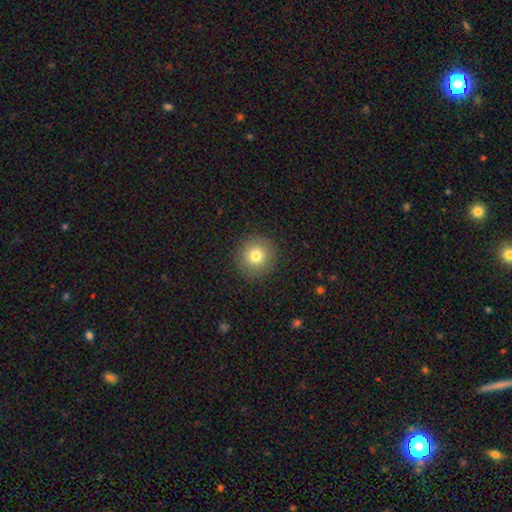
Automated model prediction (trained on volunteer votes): smooth 78%, star or artifact 11%, featured or disk 10%. Down the decision tree: how rounded — round (95%); merging — none (91%).